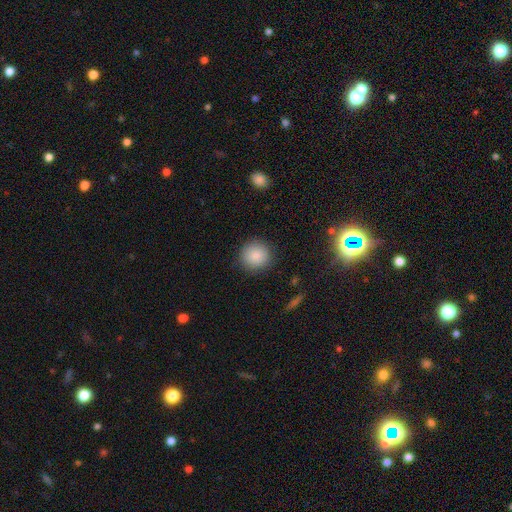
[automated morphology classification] Q: Smooth or featured?
A: smooth (86%); runner-up: star or artifact (8%)
Q: How rounded?
A: round (92%); runner-up: in between (7%)
Q: Merging?
A: none (88%); runner-up: minor disturbance (8%)